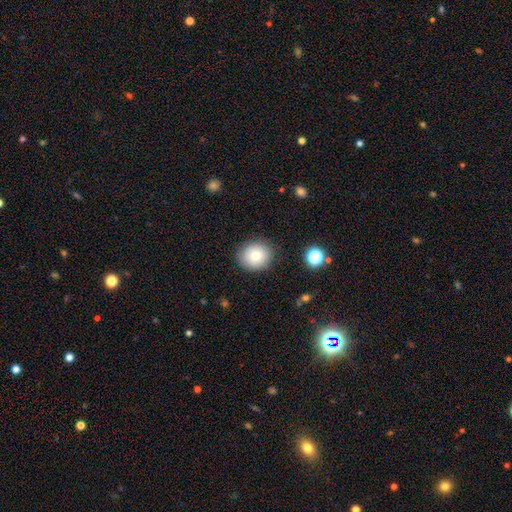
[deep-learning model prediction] The model was most divided on "how rounded": round: 78%, in between: 21%, cigar-shaped: 1%. More confident: merging — none (86%); smooth or featured — smooth (76%).